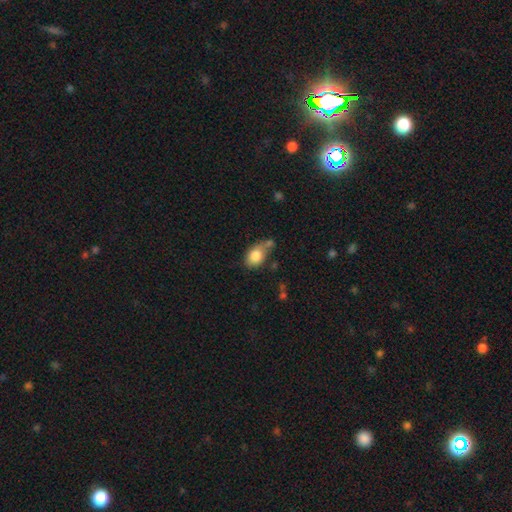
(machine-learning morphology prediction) A smooth galaxy with no disk features (81%) that is in between round and cigar-shaped (78%). Merging: none (44%).